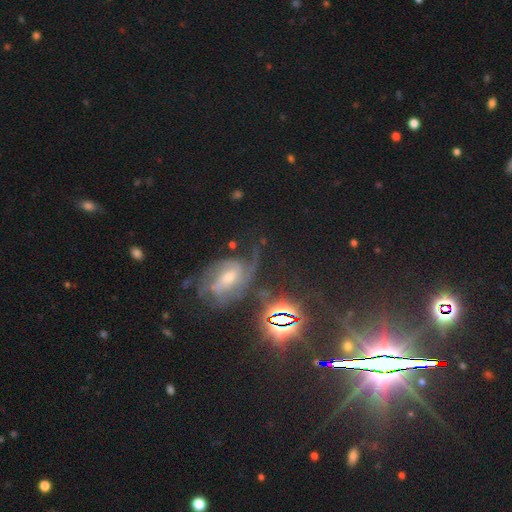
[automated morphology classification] A featured or disk galaxy (59%) with a weak bar (45%), 2 (35%) tight (47%) spiral arms (92%) and a small central bulge (48%).

Vote fractions:
- Smooth or featured? featured or disk: 59% / star or artifact: 31% / smooth: 10%
- Edge-on disk? no: 93% / yes: 7%
- Bar? weak: 45% / no: 34% / strong: 21%
- Spiral arms? yes: 92% / no: 8%
- Spiral winding? tight: 47% / medium: 38% / loose: 14%
- Spiral arm count? 2: 35% / can't tell: 34% / 3: 14% / 1: 6% / 4: 5% / more than 4: 5%
- Bulge size? small: 48% / moderate: 44% / large: 3% / none: 3% / dominant: 1%
- Merging? none: 60% / minor disturbance: 20% / major disturbance: 17% / merger: 4%